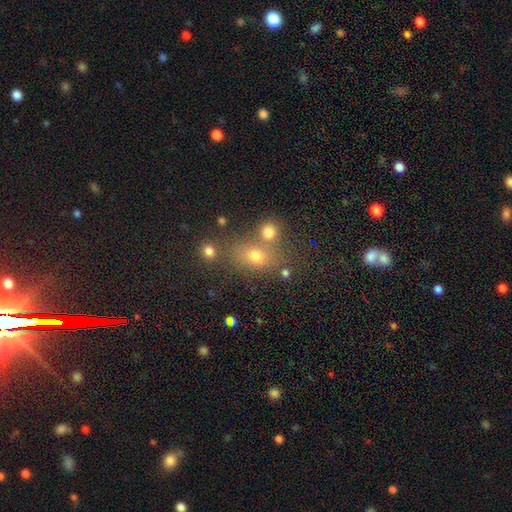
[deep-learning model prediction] A smooth galaxy with no disk features (64%) that is in between round and cigar-shaped (55%).

Vote fractions:
- Smooth or featured? smooth: 64% / star or artifact: 21% / featured or disk: 15%
- How rounded? in between: 55% / round: 42% / cigar-shaped: 3%
- Merging? none: 54% / merger: 29% / minor disturbance: 11% / major disturbance: 5%